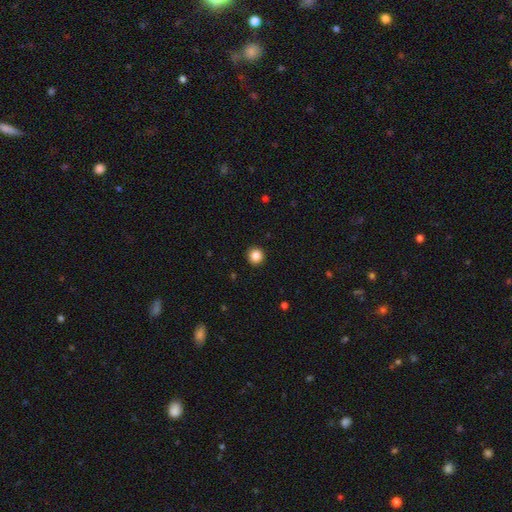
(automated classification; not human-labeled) smooth-or-featured: smooth: 86% | star or artifact: 10% | featured or disk: 4%
  how-rounded: round: 95% | in between: 4% | cigar-shaped: 1%
  merging: none: 93% | minor disturbance: 4% | major disturbance: 1% | merger: 1%